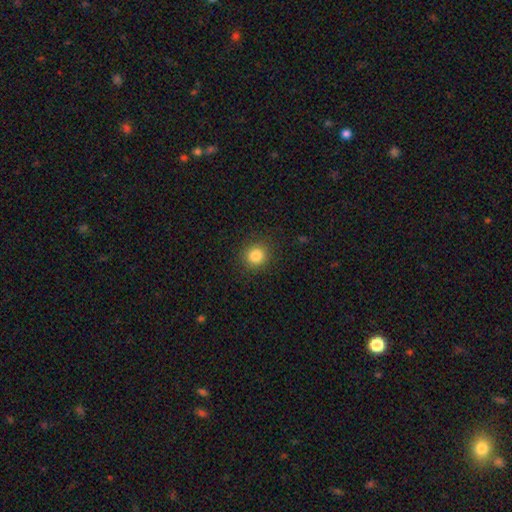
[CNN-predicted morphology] Smooth or featured? smooth (84%)
How rounded? round (89%)
Merging? none (89%)